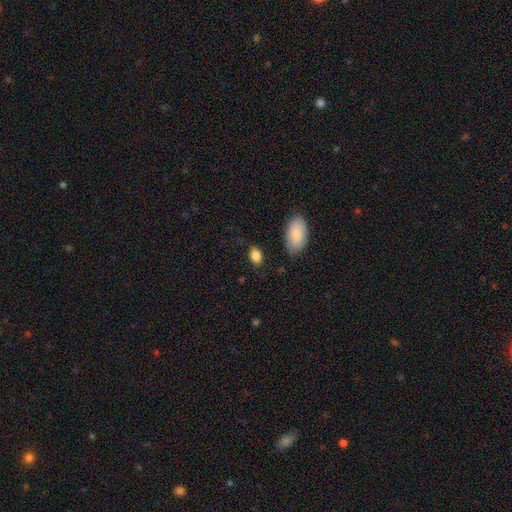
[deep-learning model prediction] Overall: smooth (86%). How rounded: in between (86%). Merging: none (80%).